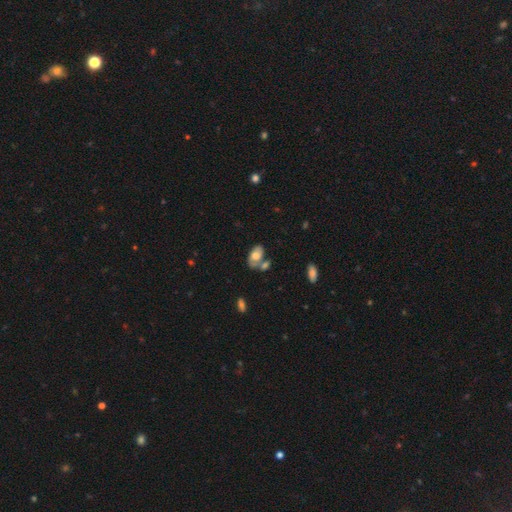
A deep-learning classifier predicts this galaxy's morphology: Smooth or featured?
  - smooth: 54% *
  - featured or disk: 39%
  - star or artifact: 8%
How rounded?
  - in between: 91% *
  - round: 7%
  - cigar-shaped: 2%
Merging?
  - none: 39% *
  - merger: 34%
  - minor disturbance: 18%
  - major disturbance: 9%